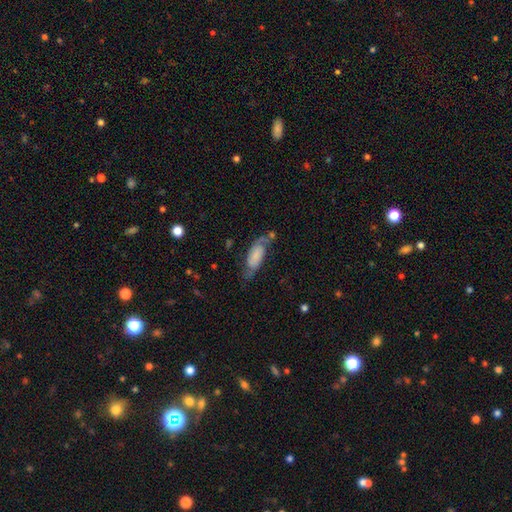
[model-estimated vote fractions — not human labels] A featured or disk galaxy (47%). Merging: none (50%).